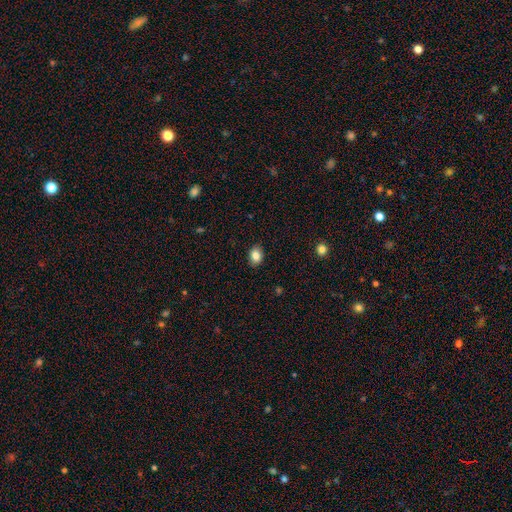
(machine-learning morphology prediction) type=smooth (85%); roundness=in between (70%); merging=none (88%).